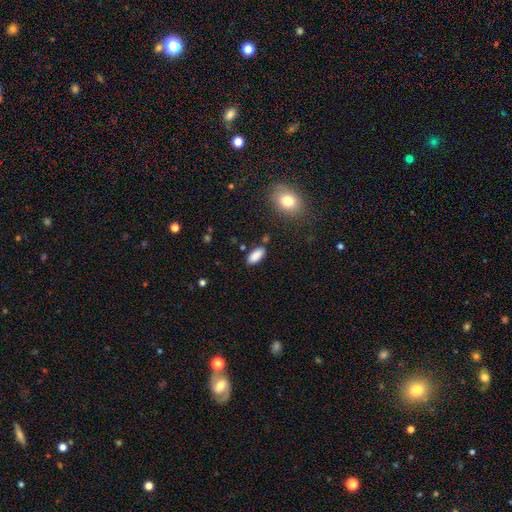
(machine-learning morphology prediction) A smooth galaxy with no disk features (88%) that is in between round and cigar-shaped (86%).

Vote fractions:
- Smooth or featured? smooth: 88% / star or artifact: 8% / featured or disk: 5%
- How rounded? in between: 86% / cigar-shaped: 12% / round: 2%
- Merging? none: 83% / minor disturbance: 11% / merger: 3% / major disturbance: 3%